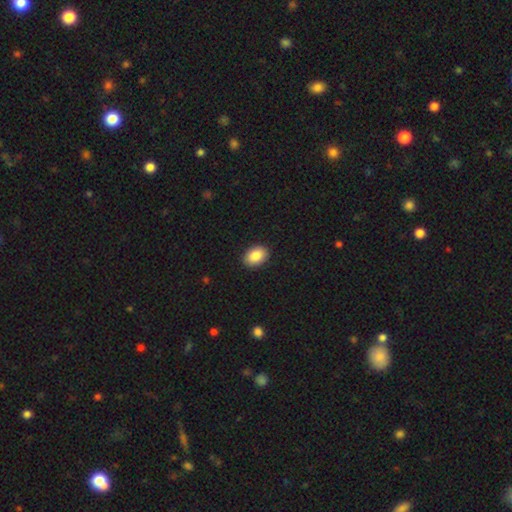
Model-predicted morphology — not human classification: A smooth galaxy with no disk features (87%) that is in between round and cigar-shaped (83%). Merging: none (90%).